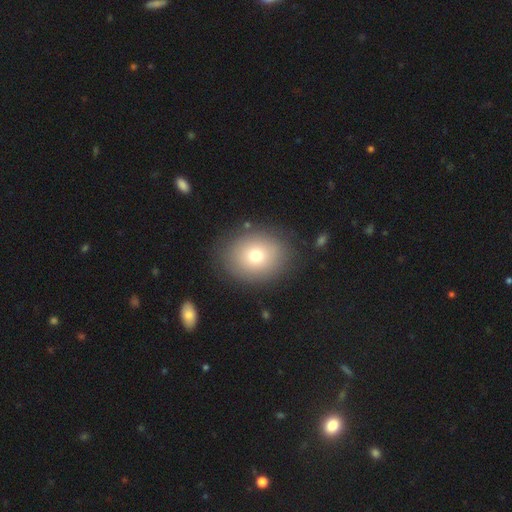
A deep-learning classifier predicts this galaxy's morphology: smooth-or-featured: smooth: 75% | featured or disk: 15% | star or artifact: 11%
  how-rounded: round: 56% | in between: 43% | cigar-shaped: 1%
  merging: none: 84% | minor disturbance: 11% | major disturbance: 4% | merger: 2%